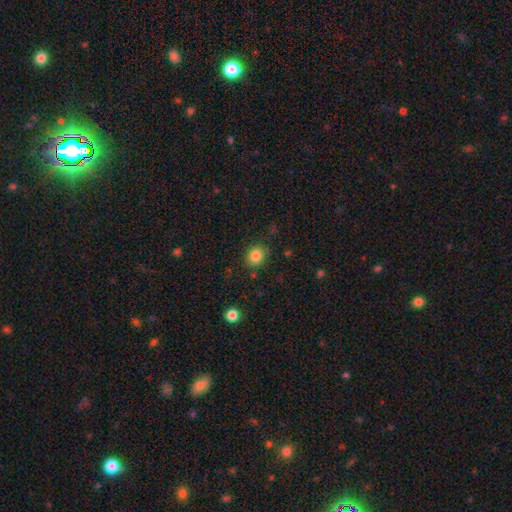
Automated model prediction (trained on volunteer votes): smooth 85%, star or artifact 11%, featured or disk 5%. Down the decision tree: how rounded — round (74%); merging — none (81%).